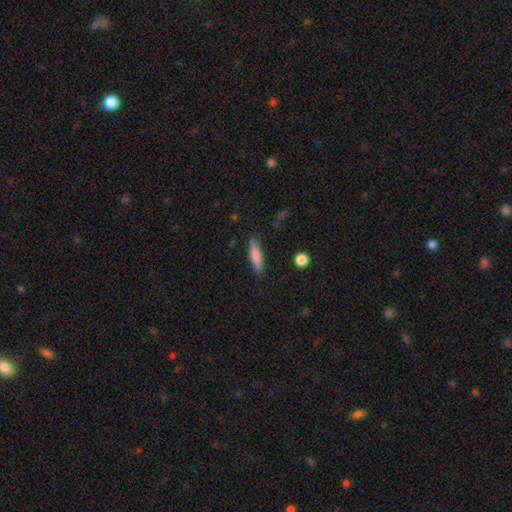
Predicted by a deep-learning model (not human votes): Smooth or featured?
  - smooth: 79% *
  - featured or disk: 15%
  - star or artifact: 6%
How rounded?
  - cigar-shaped: 80% *
  - in between: 19%
  - round: 2%
Merging?
  - none: 86% *
  - minor disturbance: 10%
  - major disturbance: 2%
  - merger: 2%